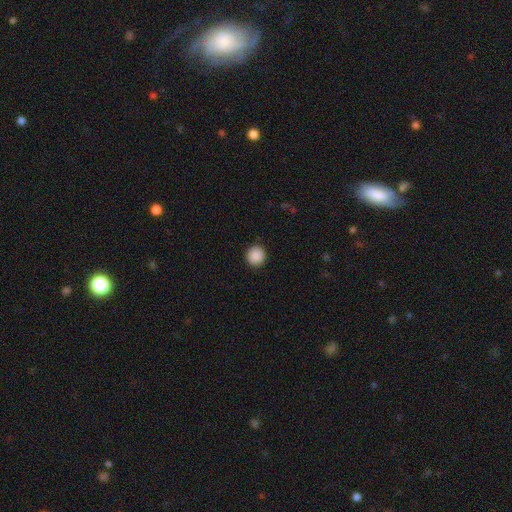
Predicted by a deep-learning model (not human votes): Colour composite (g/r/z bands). It shows a smooth galaxy with no disk features (90%) that is round (94%). Merging: none (92%).